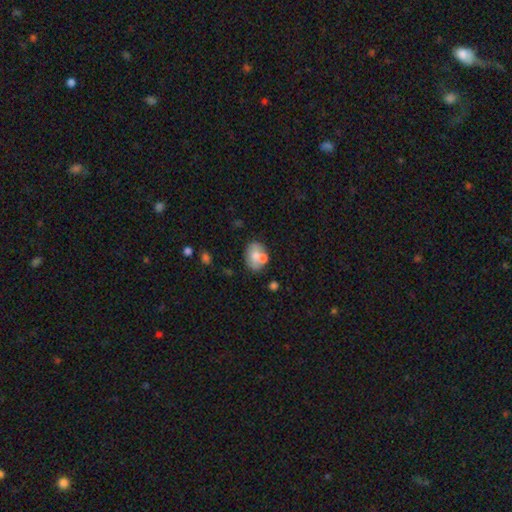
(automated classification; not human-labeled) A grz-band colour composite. It shows a smooth galaxy with no disk features (63%) that is in between round and cigar-shaped (65%). Merging: none (51%).